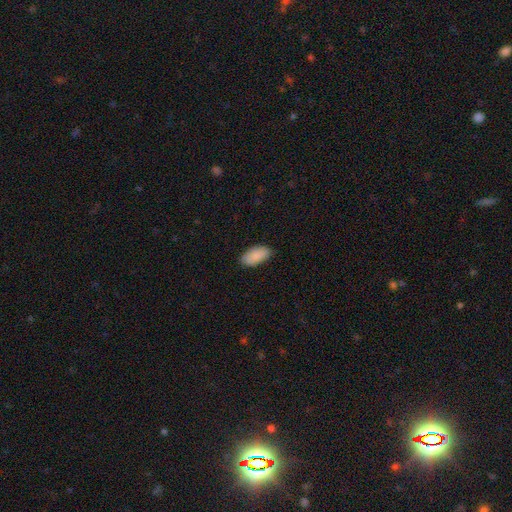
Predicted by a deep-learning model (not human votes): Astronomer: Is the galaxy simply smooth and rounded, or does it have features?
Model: smooth — 89%.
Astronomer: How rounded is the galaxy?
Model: in between — 94%.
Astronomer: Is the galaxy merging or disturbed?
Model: none — 83%.